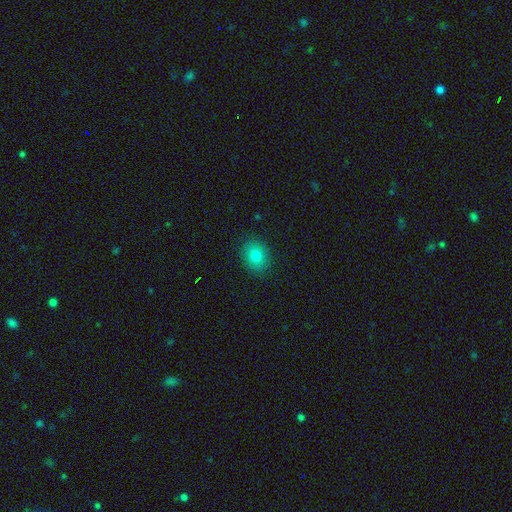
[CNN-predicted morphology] type=smooth (79%); roundness=round (56%); merging=none (89%).